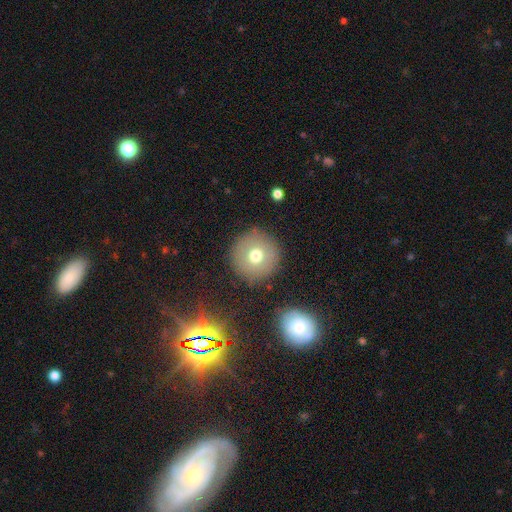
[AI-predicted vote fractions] This is likely a smooth galaxy (70%). How rounded: clearly round (96%). Merging: clearly none (87%).